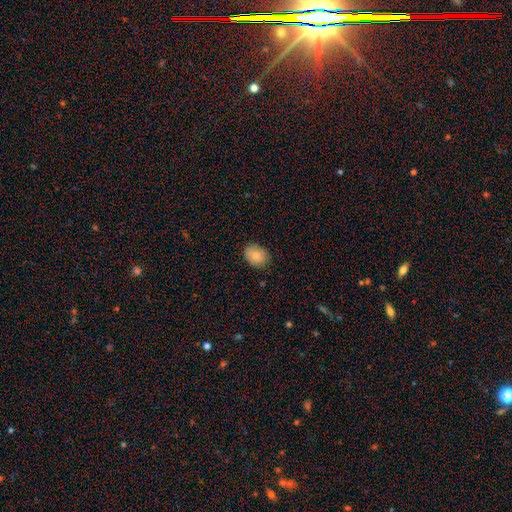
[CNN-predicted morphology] Smooth or featured? Predicted: smooth (p=0.85). How rounded? Predicted: in between (p=0.65). Merging? Predicted: none (p=0.83).